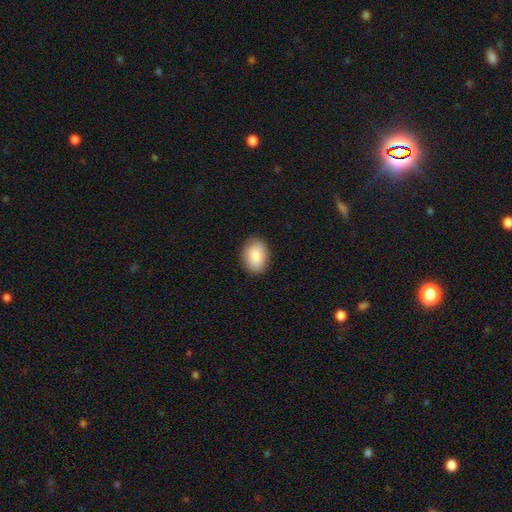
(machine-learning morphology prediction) A smooth galaxy with no disk features (86%) that is in between round and cigar-shaped (77%).

Vote fractions:
- Smooth or featured? smooth: 86% / featured or disk: 8% / star or artifact: 7%
- How rounded? in between: 77% / round: 22% / cigar-shaped: 1%
- Merging? none: 89% / minor disturbance: 8% / major disturbance: 2% / merger: 1%